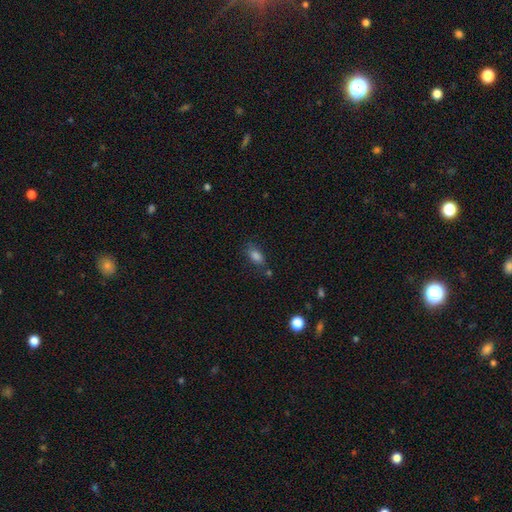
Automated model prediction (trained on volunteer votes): smooth 80%, star or artifact 12%, featured or disk 7%. Down the decision tree: how rounded — in between (84%); merging — none (69%).